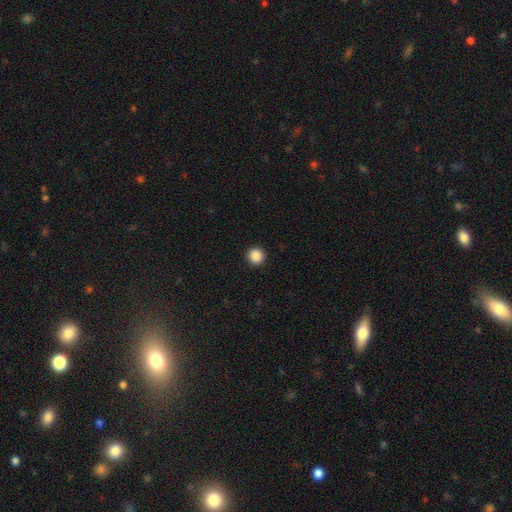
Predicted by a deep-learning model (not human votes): A smooth galaxy with no disk features (88%) that is round (95%).

Vote fractions:
- Smooth or featured? smooth: 88% / star or artifact: 9% / featured or disk: 2%
- How rounded? round: 95% / in between: 4% / cigar-shaped: 1%
- Merging? none: 93% / minor disturbance: 4% / major disturbance: 2% / merger: 1%